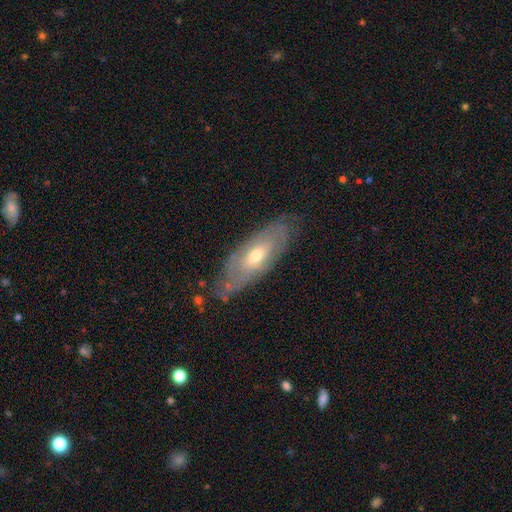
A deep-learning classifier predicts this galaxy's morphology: This appears to be a featured or disk galaxy (55%). Merging: none (71%).